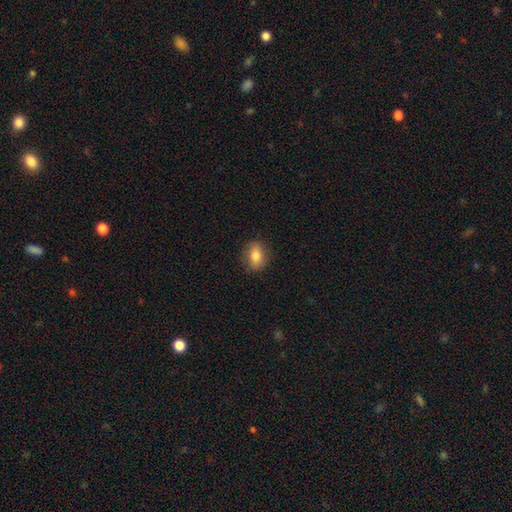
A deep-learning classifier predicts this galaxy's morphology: smooth 78%, featured or disk 15%, star or artifact 8%. Down the decision tree: how rounded — in between (73%); merging — none (86%).